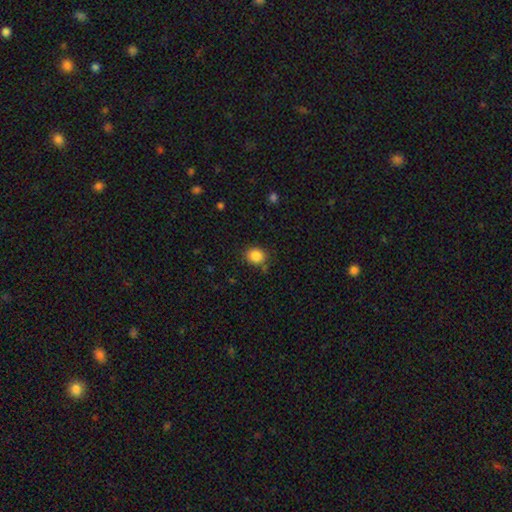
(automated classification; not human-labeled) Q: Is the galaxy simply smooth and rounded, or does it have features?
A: smooth — 86%.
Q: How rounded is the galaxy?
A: round — 71%.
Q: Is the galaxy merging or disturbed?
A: none — 78%.